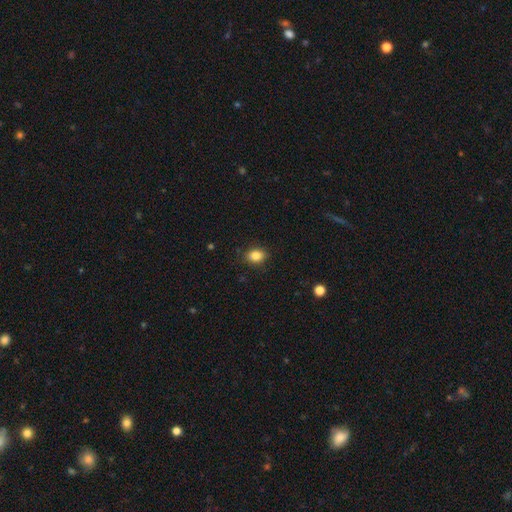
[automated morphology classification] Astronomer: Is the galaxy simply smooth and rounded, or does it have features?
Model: smooth — 85%.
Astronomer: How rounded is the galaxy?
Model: in between — 54% (runner-up: round, 45%).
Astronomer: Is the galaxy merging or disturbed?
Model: none — 86%.